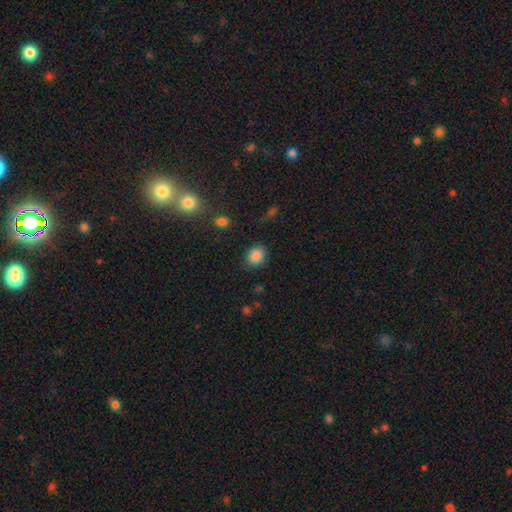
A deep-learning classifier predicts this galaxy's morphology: A smooth galaxy with no disk features (87%) that is round (61%). Merging: none (85%).